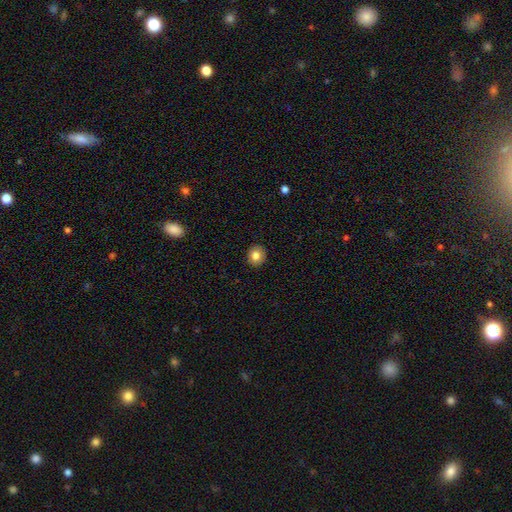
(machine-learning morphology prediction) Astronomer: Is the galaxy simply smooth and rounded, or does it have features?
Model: smooth — 82%.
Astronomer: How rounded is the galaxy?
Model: round — 83%.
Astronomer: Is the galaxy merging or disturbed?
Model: none — 91%.